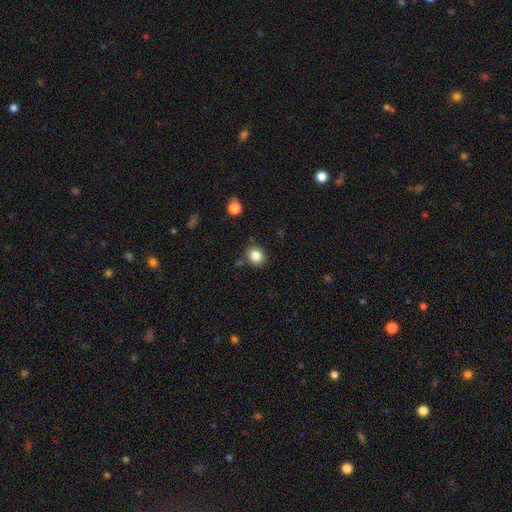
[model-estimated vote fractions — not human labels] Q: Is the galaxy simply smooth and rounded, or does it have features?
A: smooth — 84%.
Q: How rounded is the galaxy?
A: round — 76%.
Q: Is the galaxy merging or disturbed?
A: none — 80%.